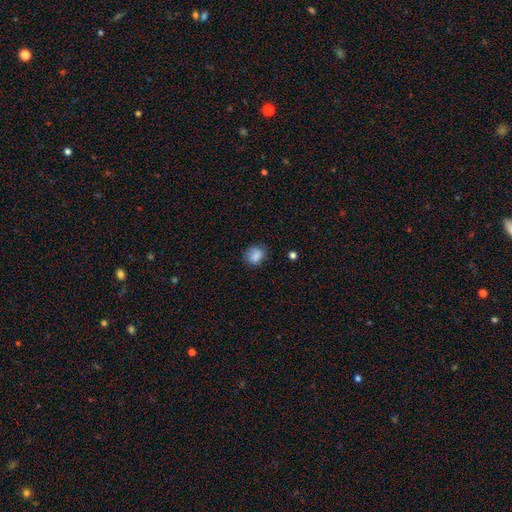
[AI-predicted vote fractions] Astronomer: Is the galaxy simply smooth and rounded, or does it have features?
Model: smooth — 83%.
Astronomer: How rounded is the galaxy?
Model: round — 63%.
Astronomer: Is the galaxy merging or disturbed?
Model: none — 69%.